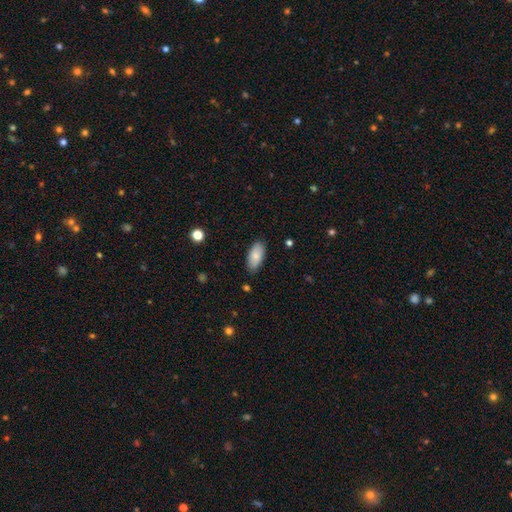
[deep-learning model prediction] This is clearly a smooth galaxy (84%). How rounded: clearly in between (92%). Merging: clearly none (84%).